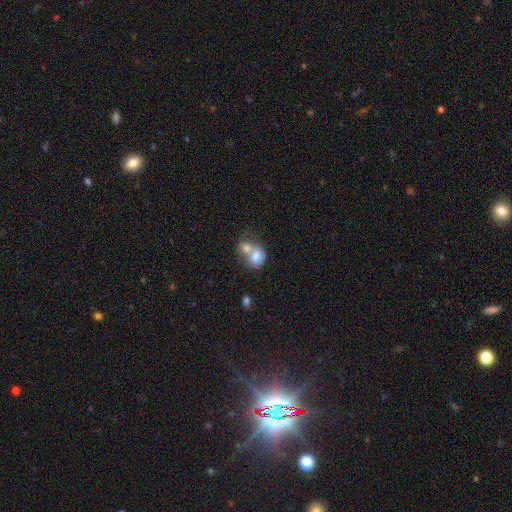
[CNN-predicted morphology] Q: Smooth or featured?
A: smooth (74%); runner-up: featured or disk (18%)
Q: How rounded?
A: in between (59%); runner-up: round (40%)
Q: Merging?
A: merger (71%); runner-up: none (17%)